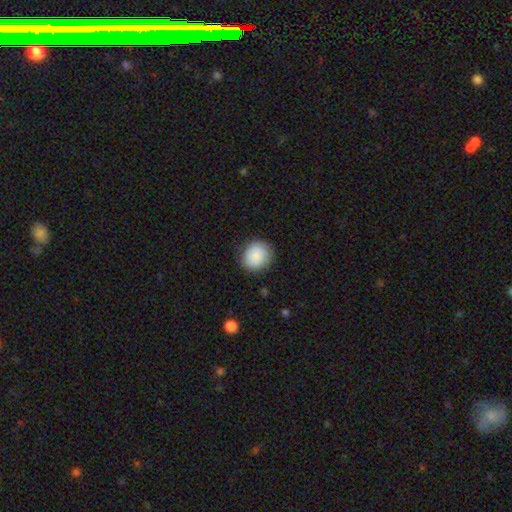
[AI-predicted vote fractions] Smooth or featured?
  - smooth: 88% *
  - star or artifact: 7%
  - featured or disk: 5%
How rounded?
  - round: 80% *
  - in between: 19%
  - cigar-shaped: 1%
Merging?
  - none: 85% *
  - minor disturbance: 11%
  - major disturbance: 3%
  - merger: 1%